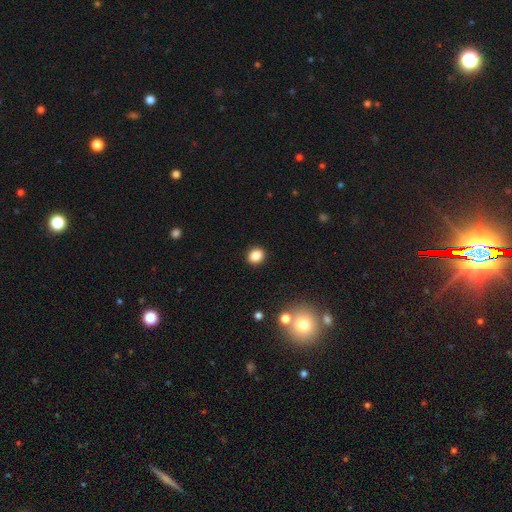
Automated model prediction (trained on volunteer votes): Smooth or featured? Predicted: smooth (p=0.85). How rounded? Predicted: round (p=0.60). Merging? Predicted: none (p=0.91).